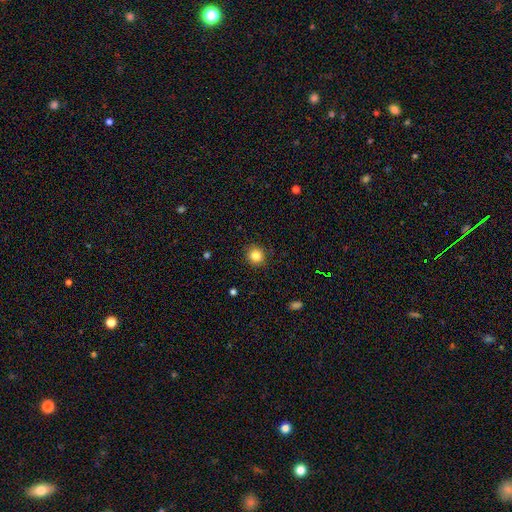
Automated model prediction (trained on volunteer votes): Overall: smooth (83%). How rounded: round (91%). Merging: none (90%).